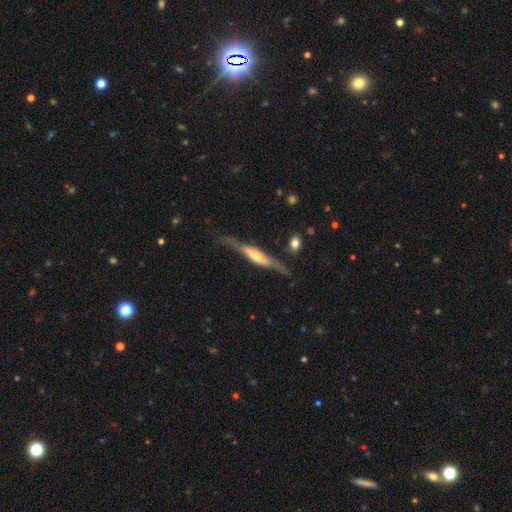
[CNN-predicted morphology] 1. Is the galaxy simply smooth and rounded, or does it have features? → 72% featured or disk, 23% smooth, 5% star or artifact.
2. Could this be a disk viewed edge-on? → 89% yes, 11% no.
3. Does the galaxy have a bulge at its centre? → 71% rounded, 18% boxy, 10% none.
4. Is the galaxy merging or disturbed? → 70% none, 20% minor disturbance, 7% major disturbance, 3% merger.